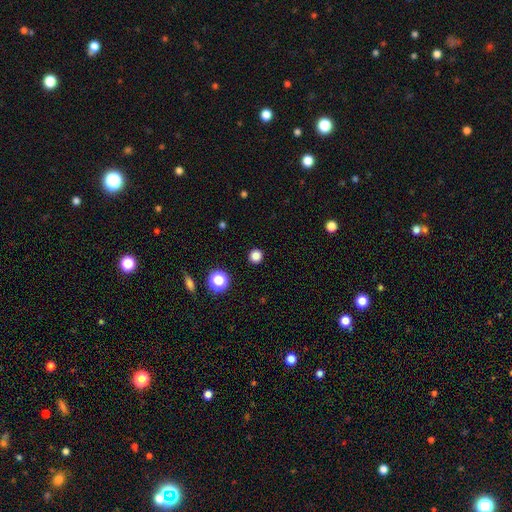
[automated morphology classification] Smooth or featured?
  - smooth: 83% *
  - star or artifact: 14%
  - featured or disk: 3%
How rounded?
  - round: 93% *
  - in between: 6%
  - cigar-shaped: 1%
Merging?
  - none: 92% *
  - minor disturbance: 5%
  - major disturbance: 2%
  - merger: 1%